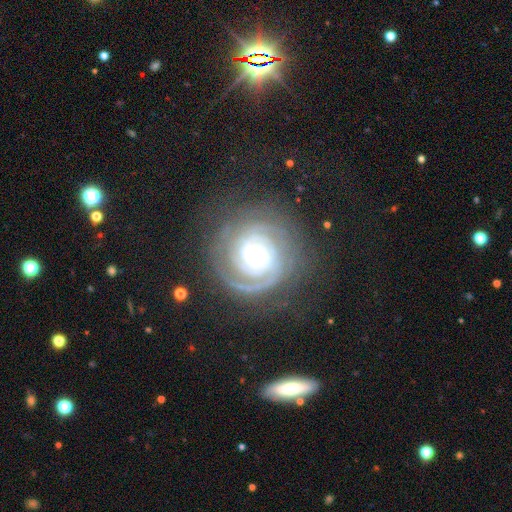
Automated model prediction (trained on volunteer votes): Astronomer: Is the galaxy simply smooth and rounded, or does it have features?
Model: featured or disk — 89%.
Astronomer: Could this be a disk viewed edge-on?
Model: no — 97%.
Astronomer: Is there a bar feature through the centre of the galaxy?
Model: no — 71%.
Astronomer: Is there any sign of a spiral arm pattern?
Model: yes — 98%.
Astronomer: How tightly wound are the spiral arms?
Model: tight — 84%.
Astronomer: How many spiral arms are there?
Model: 2 — 35% (runner-up: 3, 24%).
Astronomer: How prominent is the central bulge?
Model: small — 48% (runner-up: moderate, 46%).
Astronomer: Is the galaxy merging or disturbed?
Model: none — 79%.